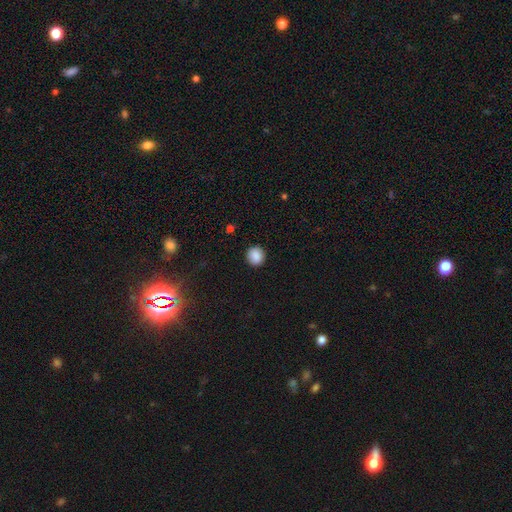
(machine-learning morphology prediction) This appears to be a smooth galaxy with no disk features (88%) that is round (90%). Merging: none (91%).